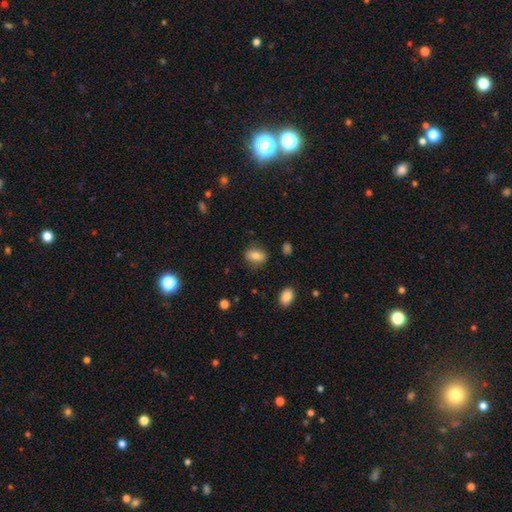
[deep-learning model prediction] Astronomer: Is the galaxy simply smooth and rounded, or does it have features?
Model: smooth — 77%.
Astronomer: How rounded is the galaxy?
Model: in between — 71%.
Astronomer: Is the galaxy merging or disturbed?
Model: none — 81%.